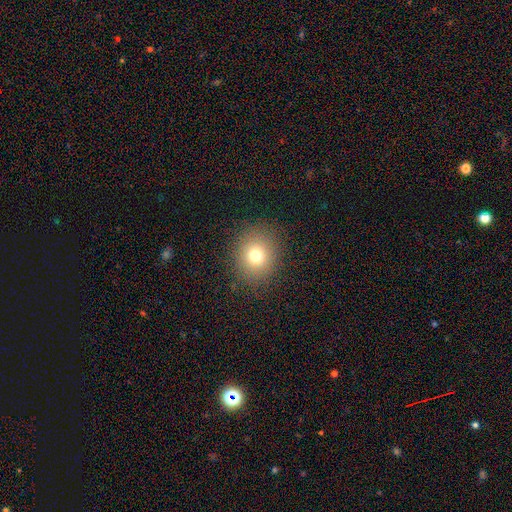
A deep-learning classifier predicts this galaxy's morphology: Overall: smooth (75%). How rounded: round (75%). Merging: none (88%).